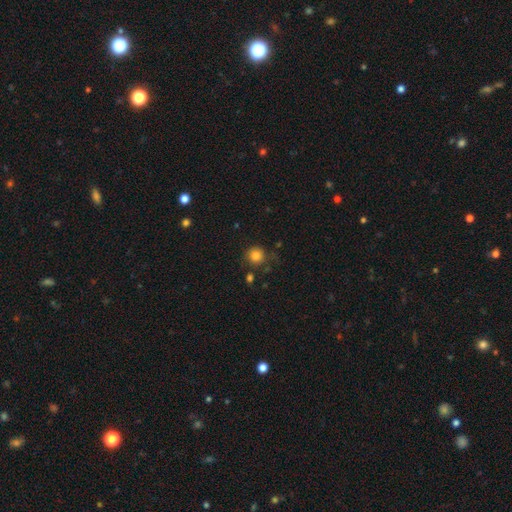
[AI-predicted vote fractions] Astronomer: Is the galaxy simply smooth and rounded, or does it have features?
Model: smooth — 83%.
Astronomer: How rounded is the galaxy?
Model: round — 92%.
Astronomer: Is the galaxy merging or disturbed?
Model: none — 79%.